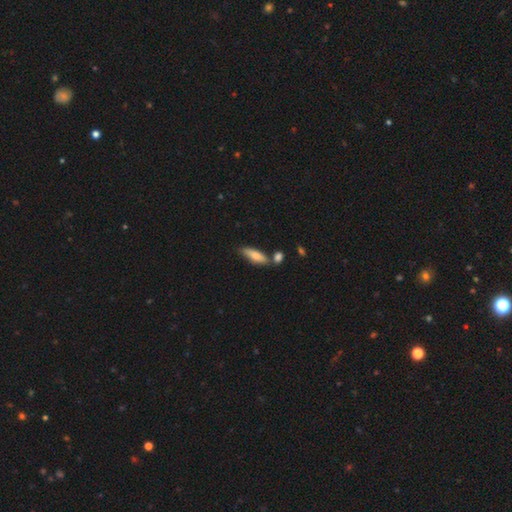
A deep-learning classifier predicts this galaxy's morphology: Smooth or featured: smooth — 74% (featured or disk — 20%)
How rounded: in between — 50% (cigar-shaped — 48%)
Merging: none — 64% (minor disturbance — 17%)